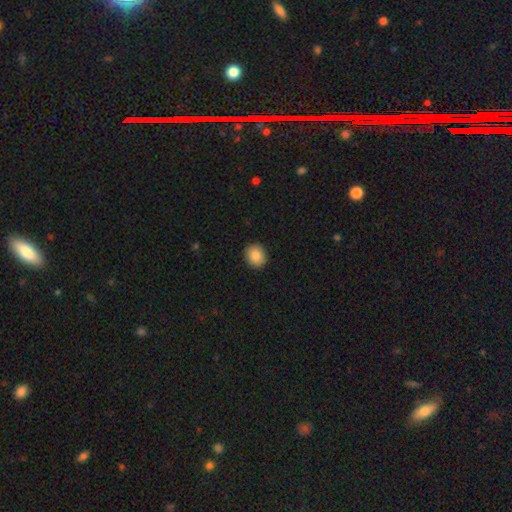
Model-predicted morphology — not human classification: smooth-or-featured: smooth: 87% | star or artifact: 8% | featured or disk: 5%
  how-rounded: round: 72% | in between: 28% | cigar-shaped: 1%
  merging: none: 91% | minor disturbance: 6% | major disturbance: 2% | merger: 1%